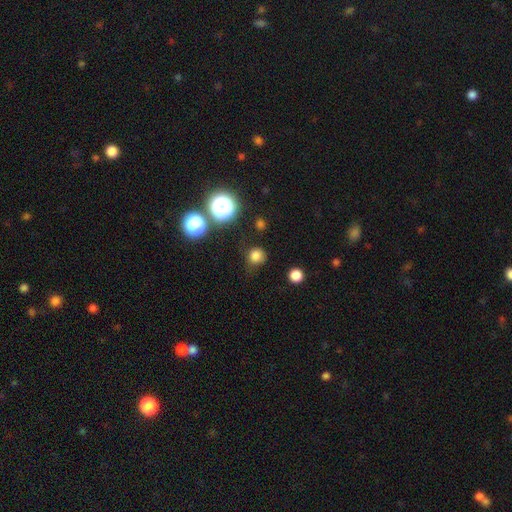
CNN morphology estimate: Overall: smooth (77%). How rounded: round (90%). Merging: none (78%).